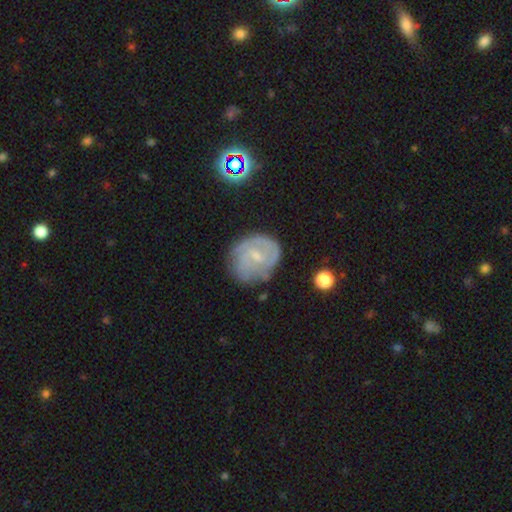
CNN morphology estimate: Smooth or featured: featured or disk — 71% (smooth — 21%)
Edge-on disk: no — 98% (yes — 2%)
Bar: weak — 51% (no — 41%)
Spiral arms: yes — 88% (no — 12%)
Spiral winding: tight — 54% (medium — 35%)
Spiral arm count: can't tell — 35% (tied with 2 — 35%)
Bulge size: small — 67% (moderate — 22%)
Merging: none — 66% (minor disturbance — 23%)